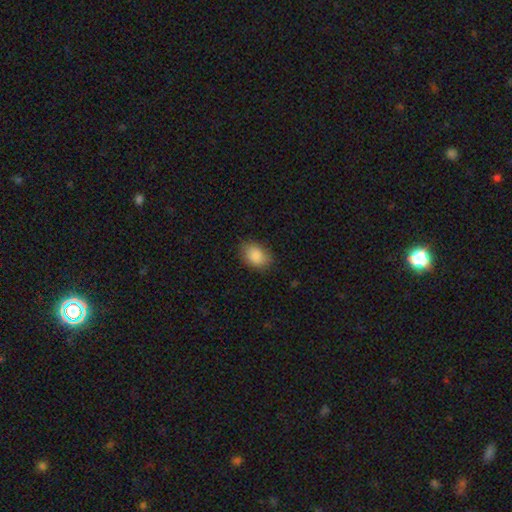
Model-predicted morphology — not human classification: This is clearly a smooth galaxy (88%). How rounded: clearly in between (81%). Merging: clearly none (82%).